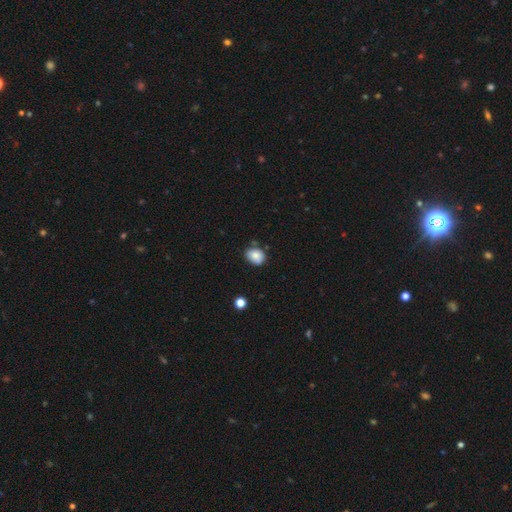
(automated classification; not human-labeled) Smooth or featured: smooth — 82% (star or artifact — 9%)
How rounded: in between — 54% (round — 45%)
Merging: none — 69% (minor disturbance — 22%)